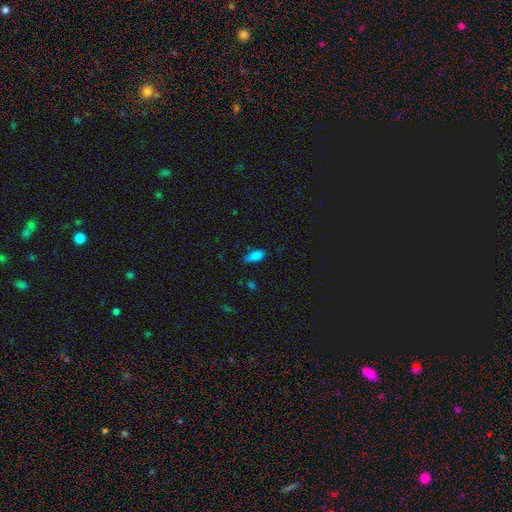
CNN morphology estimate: type=smooth (85%); roundness=in between (86%); merging=none (68%).